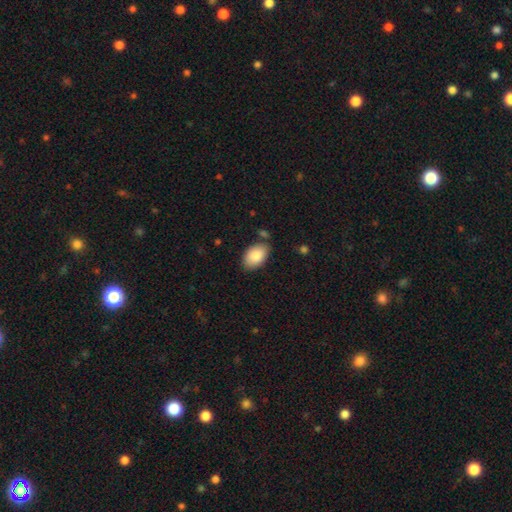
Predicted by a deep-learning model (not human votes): Smooth or featured? smooth (87%)
How rounded? in between (92%)
Merging? none (79%)